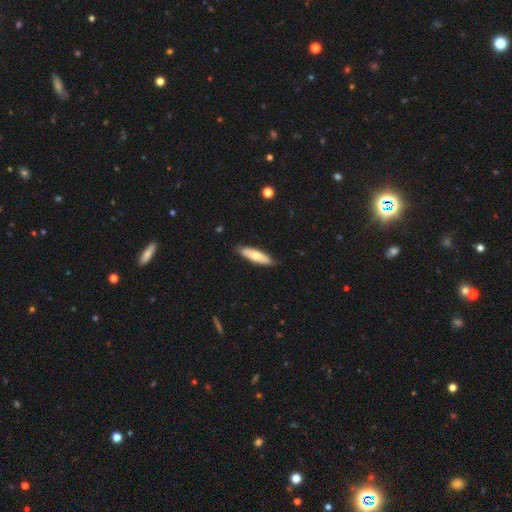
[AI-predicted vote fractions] A smooth galaxy with no disk features (68%) that is cigar-shaped (62%).

Vote fractions:
- Smooth or featured? smooth: 68% / featured or disk: 27% / star or artifact: 5%
- How rounded? cigar-shaped: 62% / in between: 37% / round: 2%
- Merging? none: 85% / minor disturbance: 12% / major disturbance: 2% / merger: 1%